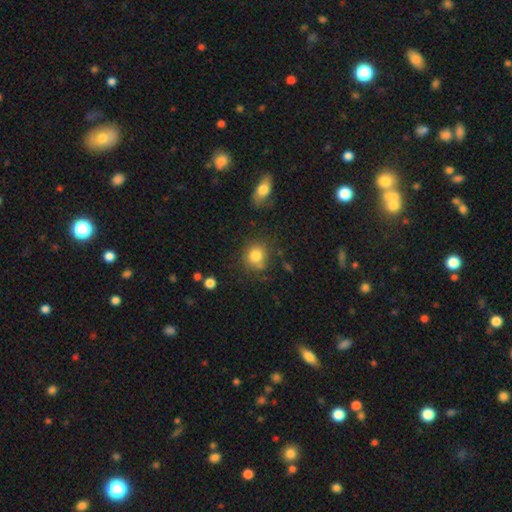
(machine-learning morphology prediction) Smooth or featured? Predicted: smooth (p=0.81). How rounded? Predicted: round (p=0.81). Merging? Predicted: none (p=0.73).